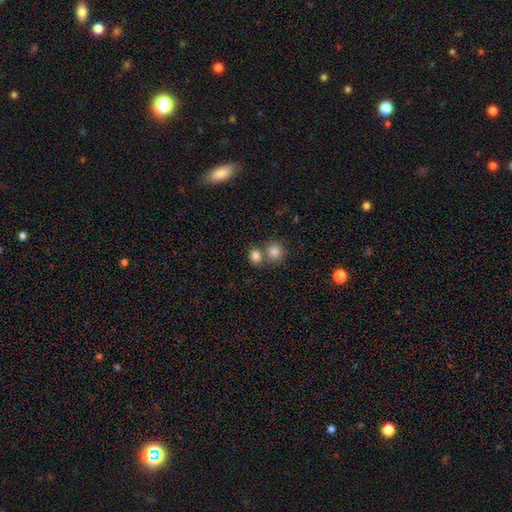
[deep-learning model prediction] A smooth galaxy with no disk features (82%) that is round (70%). Merging: none (50%).